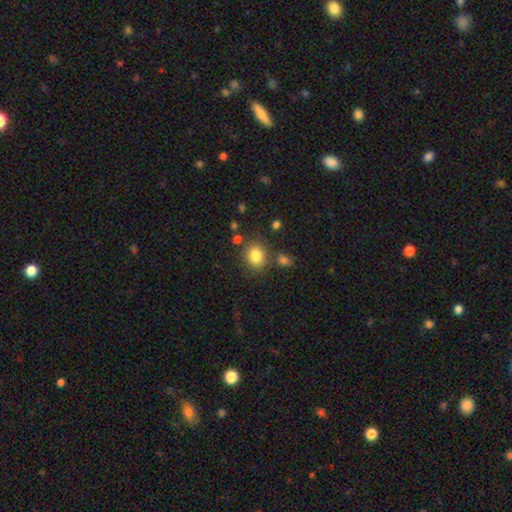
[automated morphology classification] Q: Smooth or featured?
A: smooth (83%); runner-up: star or artifact (11%)
Q: How rounded?
A: round (71%); runner-up: in between (28%)
Q: Merging?
A: none (76%); runner-up: minor disturbance (11%)